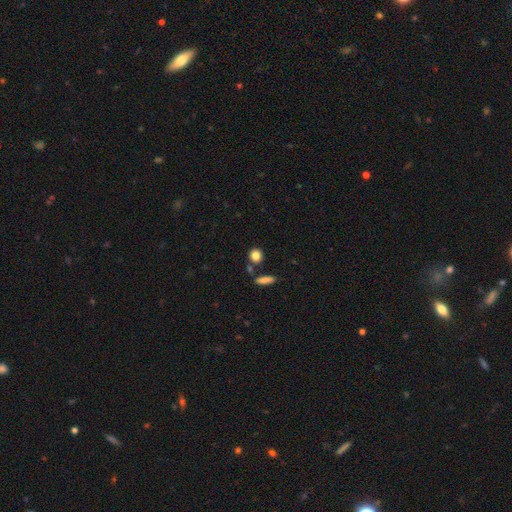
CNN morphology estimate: This is clearly a smooth galaxy (85%). How rounded: likely round (76%). Merging: likely none (76%).